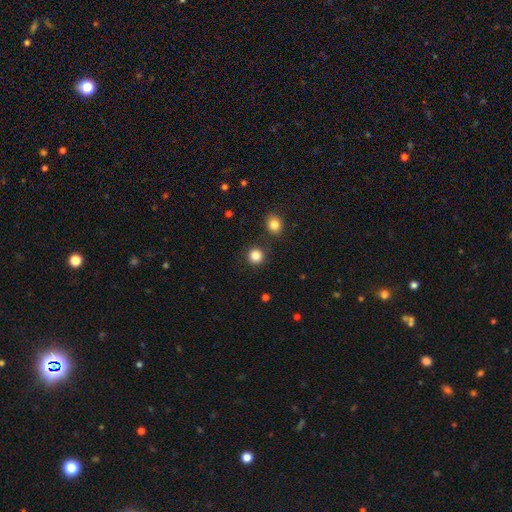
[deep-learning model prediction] This is clearly a smooth galaxy (85%). How rounded: clearly round (94%). Merging: clearly none (89%).